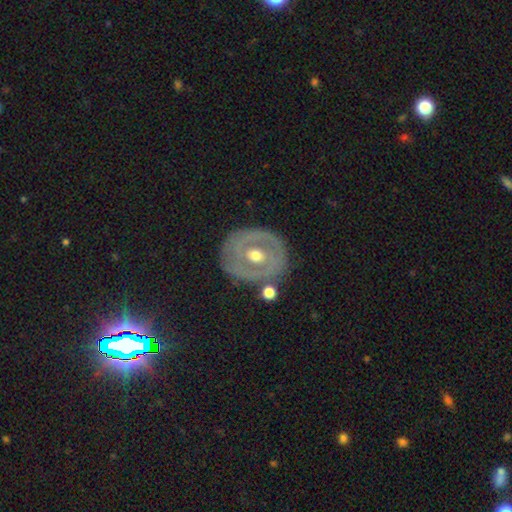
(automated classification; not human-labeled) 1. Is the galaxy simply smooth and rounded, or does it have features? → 70% featured or disk, 25% smooth, 5% star or artifact.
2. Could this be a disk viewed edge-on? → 96% no, 4% yes.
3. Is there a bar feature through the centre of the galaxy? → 61% no, 28% weak, 11% strong.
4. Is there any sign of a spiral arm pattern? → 62% no, 38% yes.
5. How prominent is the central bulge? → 78% moderate, 14% small, 6% large, 1% none, 1% dominant.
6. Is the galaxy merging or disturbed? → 75% none, 15% minor disturbance, 6% major disturbance, 4% merger.